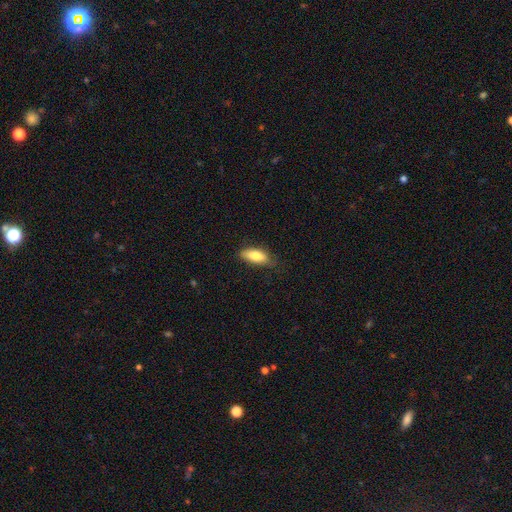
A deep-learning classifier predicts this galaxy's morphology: Smooth or featured?
  - smooth: 80% *
  - featured or disk: 13%
  - star or artifact: 7%
How rounded?
  - in between: 78% *
  - cigar-shaped: 19%
  - round: 3%
Merging?
  - none: 72% *
  - minor disturbance: 22%
  - major disturbance: 4%
  - merger: 1%